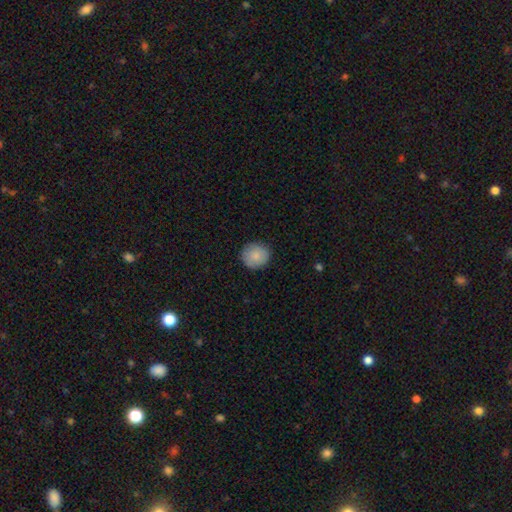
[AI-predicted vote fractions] The model was most divided on "merging": none: 88%, minor disturbance: 9%, major disturbance: 2%, merger: 1%. More confident: how rounded — round (90%); smooth or featured — smooth (87%).